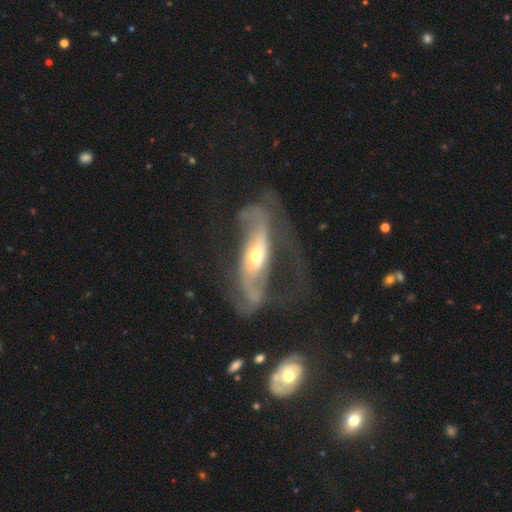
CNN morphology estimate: A featured or disk galaxy (76%) with no bar (50%), spiral arms (74%) and a moderate central bulge (58%).

Vote fractions:
- Smooth or featured? featured or disk: 76% / smooth: 18% / star or artifact: 6%
- Edge-on disk? no: 82% / yes: 18%
- Bar? no: 50% / weak: 26% / strong: 24%
- Spiral arms? yes: 74% / no: 26%
- Bulge size? moderate: 58% / small: 34% / large: 5% / dominant: 1% / none: 1%
- Merging? major disturbance: 45% / none: 33% / minor disturbance: 18% / merger: 4%